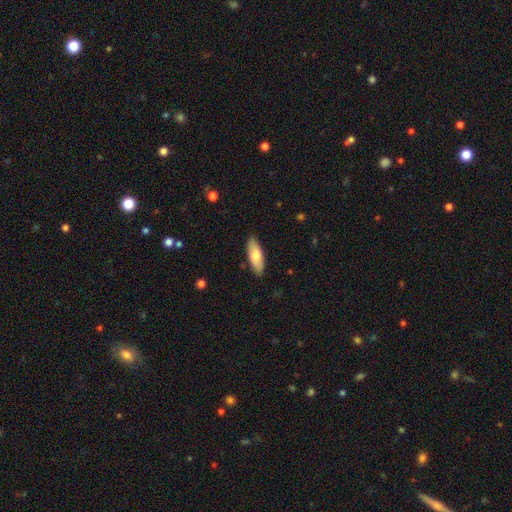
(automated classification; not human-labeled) A smooth galaxy with no disk features (77%) that is in between round and cigar-shaped (65%).

Vote fractions:
- Smooth or featured? smooth: 77% / featured or disk: 17% / star or artifact: 5%
- How rounded? in between: 65% / cigar-shaped: 33% / round: 2%
- Merging? none: 88% / minor disturbance: 9% / major disturbance: 2% / merger: 1%